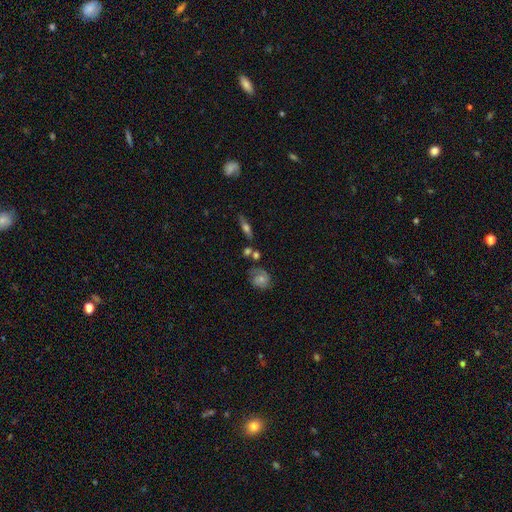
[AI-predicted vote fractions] Q: Smooth or featured?
A: featured or disk (47%); runner-up: smooth (34%)
Q: Merging?
A: none (69%); runner-up: minor disturbance (14%)